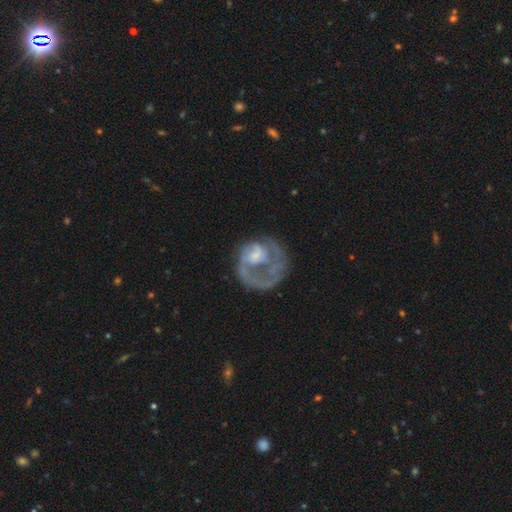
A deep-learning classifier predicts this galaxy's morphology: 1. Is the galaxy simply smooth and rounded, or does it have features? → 76% featured or disk, 16% smooth, 8% star or artifact.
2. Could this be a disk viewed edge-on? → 98% no, 2% yes.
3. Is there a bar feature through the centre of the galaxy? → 67% no, 28% weak, 6% strong.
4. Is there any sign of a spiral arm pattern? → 77% yes, 23% no.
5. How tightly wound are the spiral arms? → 40% tight, 35% medium, 25% loose.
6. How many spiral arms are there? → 73% 1, 11% 2, 10% can't tell, 3% 3, 1% 4, 1% more than 4.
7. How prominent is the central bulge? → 33% moderate, 31% small, 26% none, 8% large, 2% dominant.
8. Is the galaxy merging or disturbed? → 45% none, 36% major disturbance, 16% minor disturbance, 4% merger.